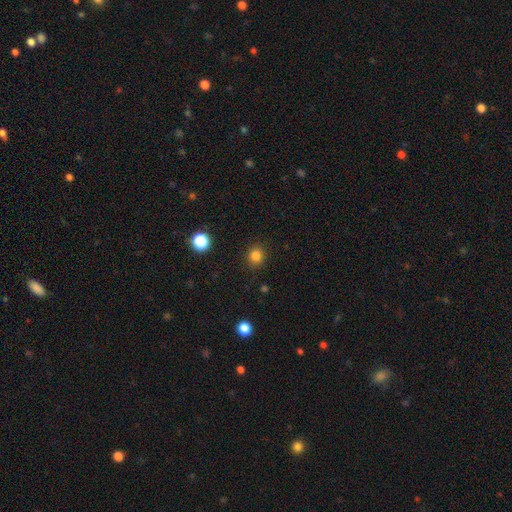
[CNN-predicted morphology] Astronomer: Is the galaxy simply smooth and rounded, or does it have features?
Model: smooth — 83%.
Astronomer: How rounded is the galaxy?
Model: round — 83%.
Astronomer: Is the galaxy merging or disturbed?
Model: none — 88%.